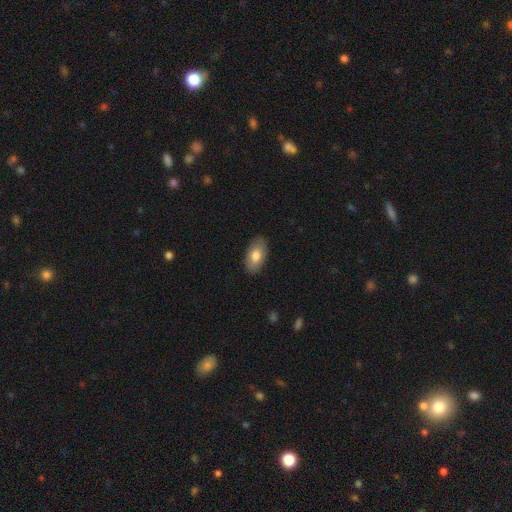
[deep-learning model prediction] Smooth or featured: smooth — 77% (featured or disk — 17%)
How rounded: in between — 94% (round — 4%)
Merging: none — 87% (minor disturbance — 10%)